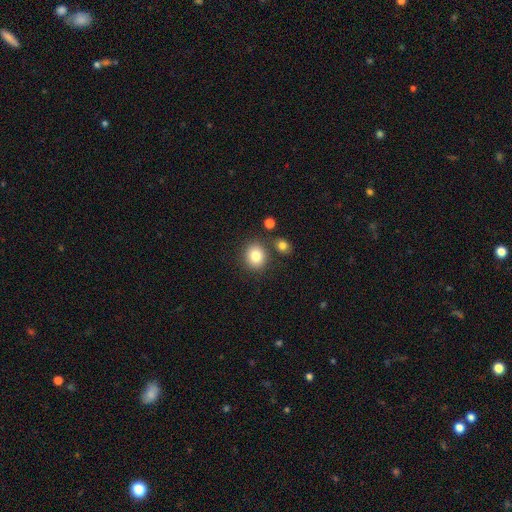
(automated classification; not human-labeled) A smooth galaxy with no disk features (83%) that is round (75%). Merging: none (80%).